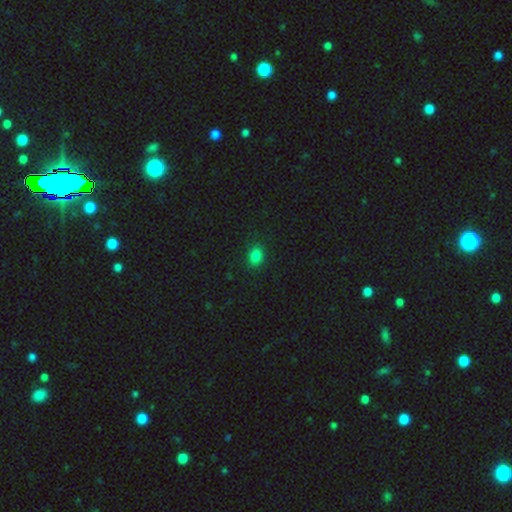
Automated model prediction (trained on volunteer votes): Morphology: type=smooth (82%); roundness=in between (67%); merging=none (86%).